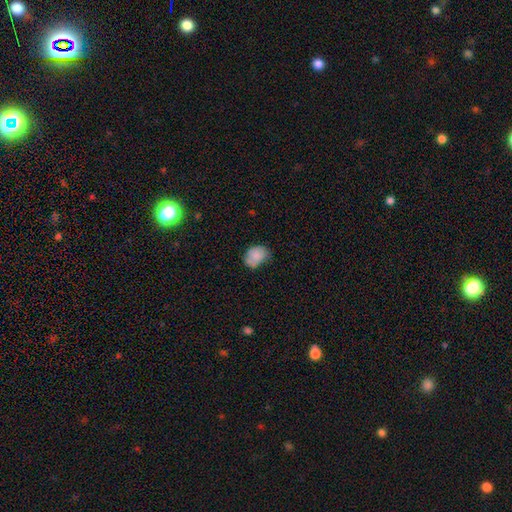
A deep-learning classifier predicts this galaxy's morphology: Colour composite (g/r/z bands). It shows a smooth galaxy with no disk features (79%) that is in between round and cigar-shaped (69%). Merging: none (49%).